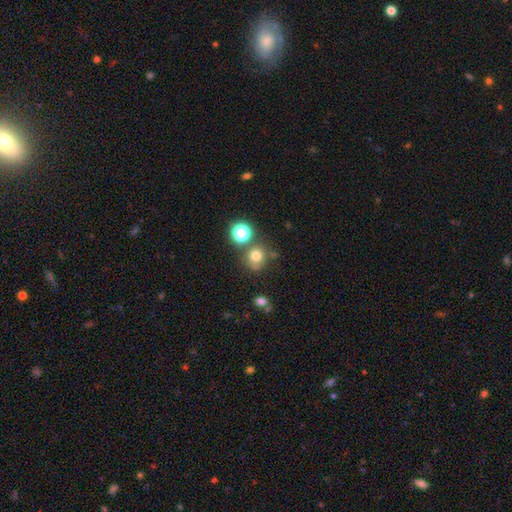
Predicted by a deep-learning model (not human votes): Smooth or featured? smooth (73%)
How rounded? round (84%)
Merging? none (66%)